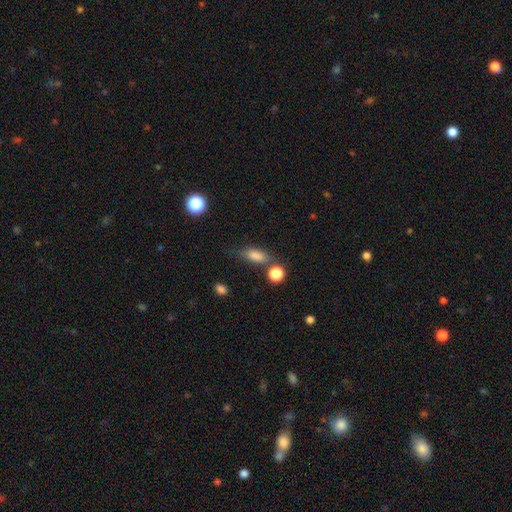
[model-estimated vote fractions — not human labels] Morphology: type=smooth (76%); roundness=in between (69%); merging=none (63%).